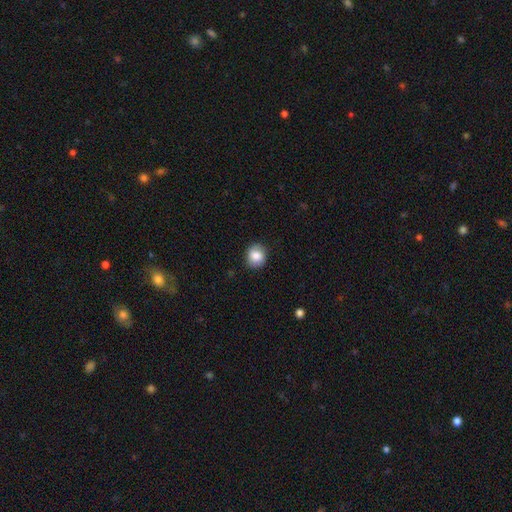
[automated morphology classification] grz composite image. It shows a smooth galaxy with no disk features (84%) that is round (77%). Merging: none (86%).